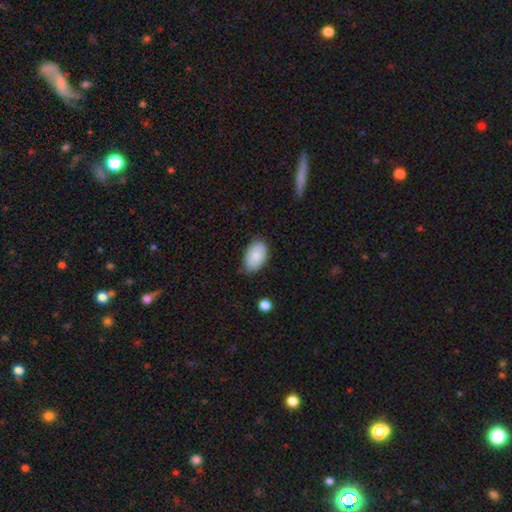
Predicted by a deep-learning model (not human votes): smooth 87%, featured or disk 7%, star or artifact 7%. Down the decision tree: how rounded — in between (94%); merging — none (73%).